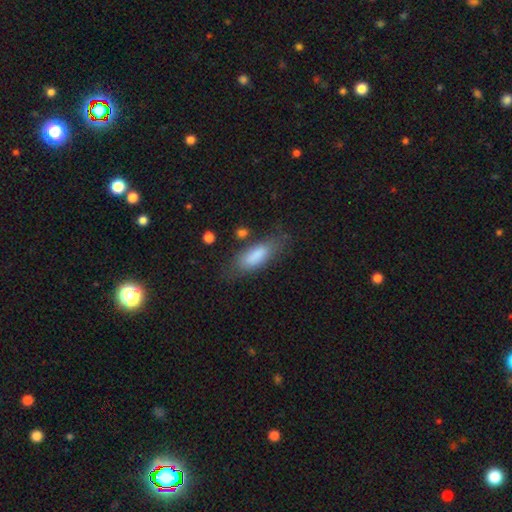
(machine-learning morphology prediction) smooth_or_featured: smooth (p=0.81) [alt: featured or disk p=0.12]
how_rounded: in between (p=0.70) [alt: cigar-shaped p=0.28]
merging: none (p=0.66) [alt: minor disturbance p=0.21]